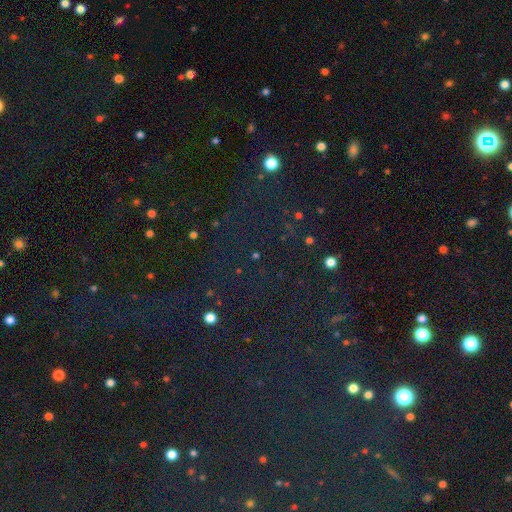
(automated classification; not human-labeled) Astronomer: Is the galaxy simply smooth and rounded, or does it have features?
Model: star or artifact — 72%.